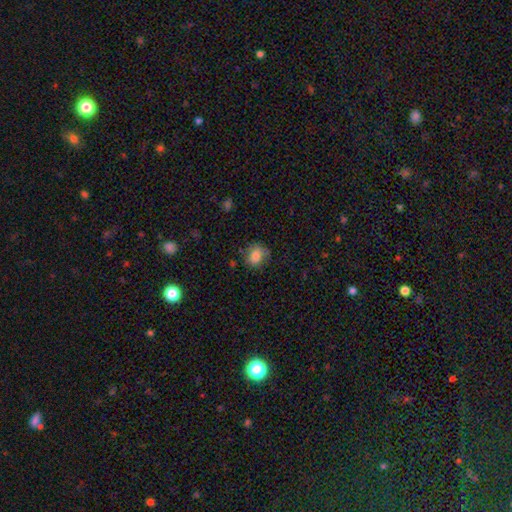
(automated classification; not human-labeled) smooth_or_featured: smooth (p=0.82) [alt: star or artifact p=0.09]
how_rounded: round (p=0.60) [alt: in between p=0.39]
merging: none (p=0.69) [alt: minor disturbance p=0.22]